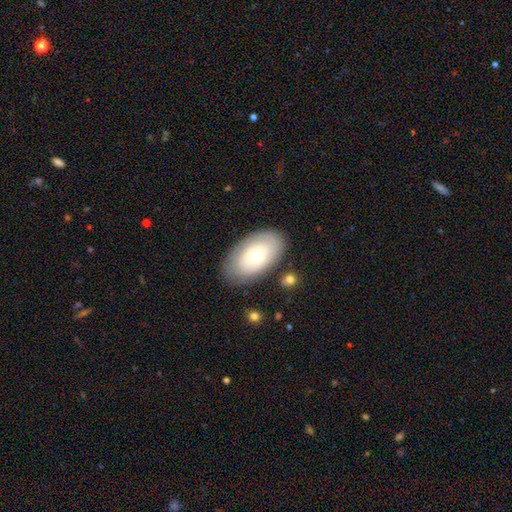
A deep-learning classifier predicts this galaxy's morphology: type=smooth (59%); roundness=in between (93%); merging=none (81%).